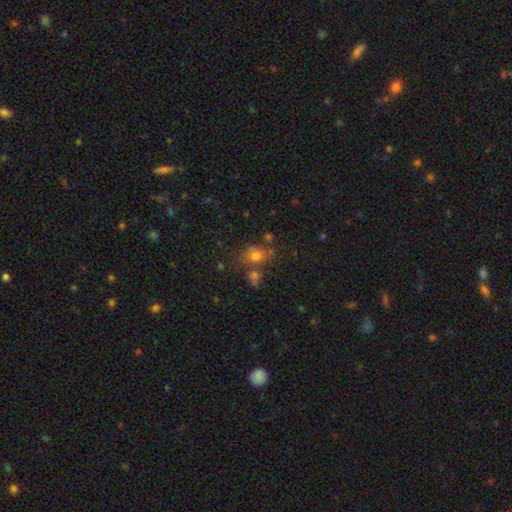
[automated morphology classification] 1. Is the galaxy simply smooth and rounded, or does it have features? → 71% smooth, 19% star or artifact, 10% featured or disk.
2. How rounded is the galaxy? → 53% round, 45% in between, 1% cigar-shaped.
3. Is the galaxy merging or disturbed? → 59% none, 19% merger, 15% minor disturbance, 6% major disturbance.